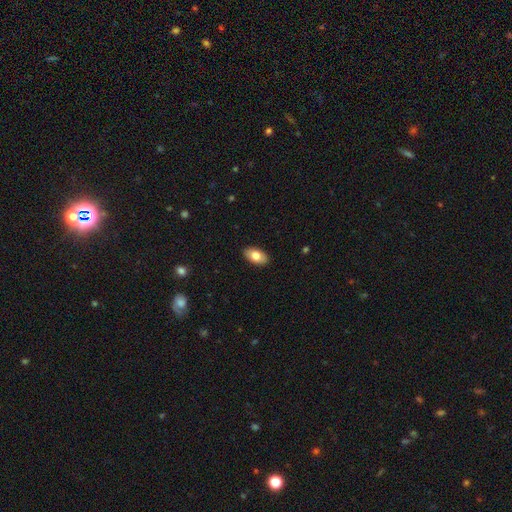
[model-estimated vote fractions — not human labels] A smooth galaxy with no disk features (79%) that is in between round and cigar-shaped (94%).

Vote fractions:
- Smooth or featured? smooth: 79% / featured or disk: 15% / star or artifact: 6%
- How rounded? in between: 94% / round: 4% / cigar-shaped: 2%
- Merging? none: 90% / minor disturbance: 8% / major disturbance: 2% / merger: 1%